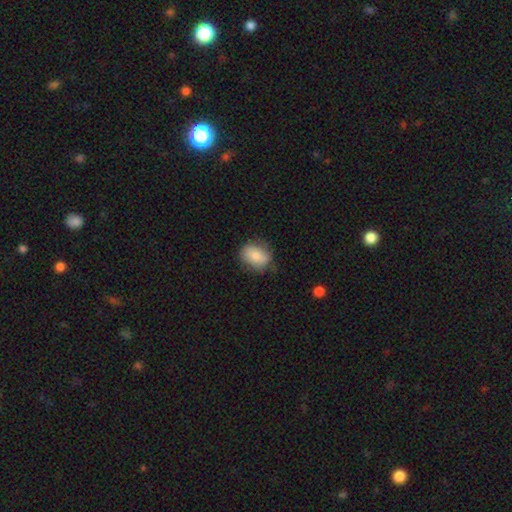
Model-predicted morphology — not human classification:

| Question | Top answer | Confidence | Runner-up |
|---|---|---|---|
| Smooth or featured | smooth | 77% | featured or disk (16%) |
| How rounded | in between | 60% | round (39%) |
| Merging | none | 72% | minor disturbance (21%) |